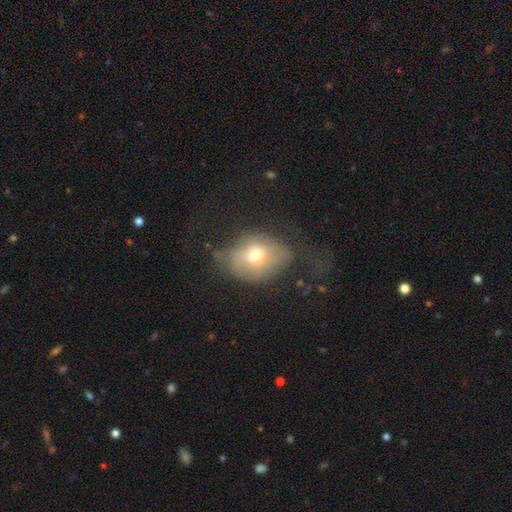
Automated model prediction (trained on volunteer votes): smooth-or-featured: smooth: 62% | featured or disk: 27% | star or artifact: 11%
  how-rounded: in between: 50% | round: 48% | cigar-shaped: 1%
  merging: none: 37% | major disturbance: 31% | minor disturbance: 29% | merger: 3%